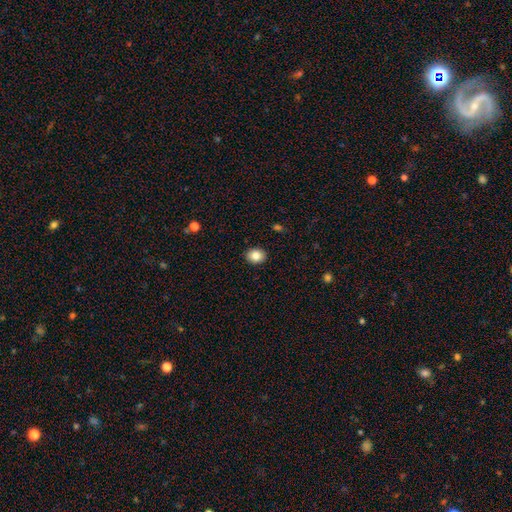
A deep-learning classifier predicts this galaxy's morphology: Overall: smooth (84%). How rounded: round (52%; in between 48%). Merging: none (91%).